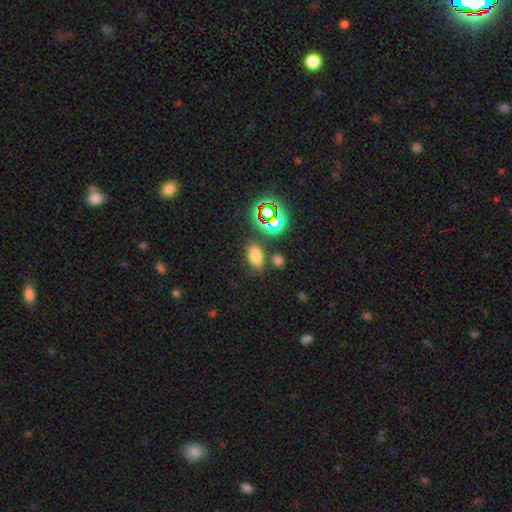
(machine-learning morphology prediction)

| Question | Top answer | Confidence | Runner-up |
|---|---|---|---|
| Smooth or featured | smooth | 70% | star or artifact (23%) |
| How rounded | in between | 86% | round (11%) |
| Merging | none | 74% | minor disturbance (12%) |